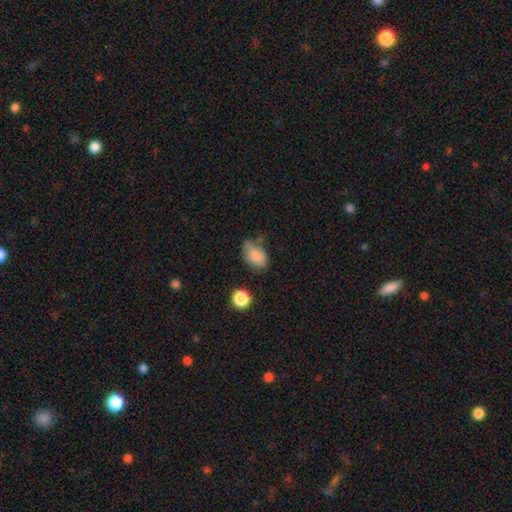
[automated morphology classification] A smooth galaxy with no disk features (81%) that is in between round and cigar-shaped (85%). Merging: none (49%).